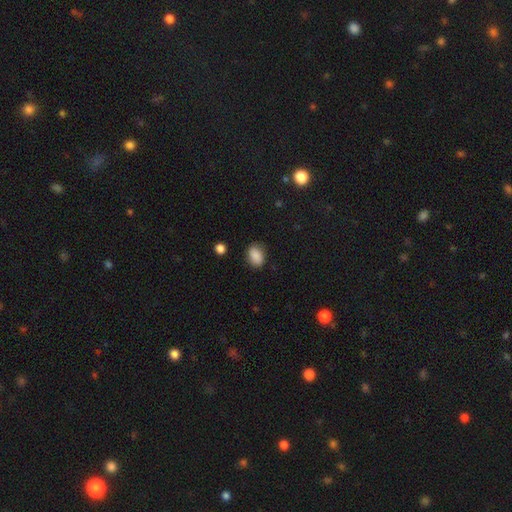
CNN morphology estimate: The model was most divided on "how rounded": in between: 77%, round: 22%, cigar-shaped: 1%. More confident: smooth or featured — smooth (87%); merging — none (81%).